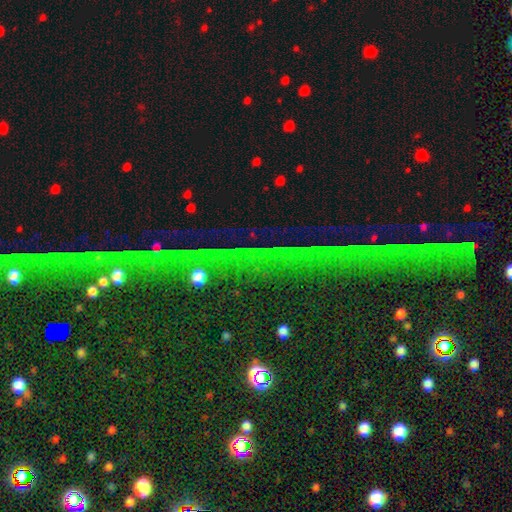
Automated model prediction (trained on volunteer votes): Q: Smooth or featured?
A: star or artifact (85%); runner-up: featured or disk (8%)